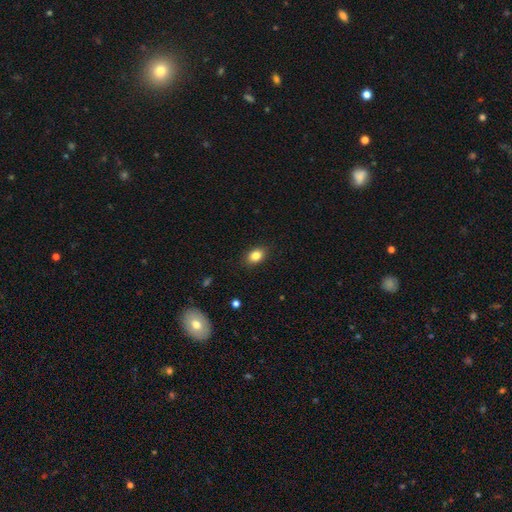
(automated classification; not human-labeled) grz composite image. It shows a smooth galaxy with no disk features (84%) that is in between round and cigar-shaped (74%). Merging: none (87%).